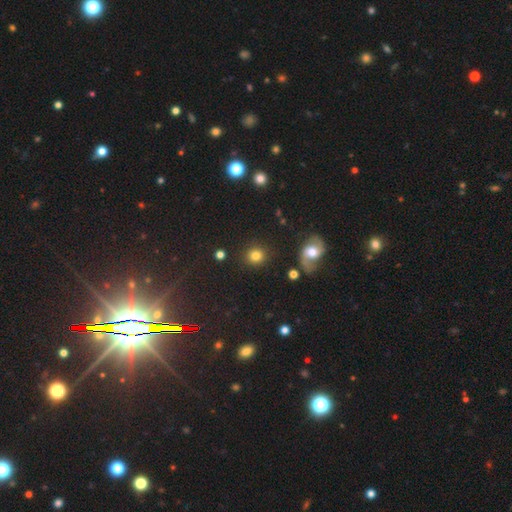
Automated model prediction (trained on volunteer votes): The model was most divided on "smooth or featured": smooth: 79%, star or artifact: 12%, featured or disk: 8%. More confident: how rounded — round (89%); merging — none (87%).